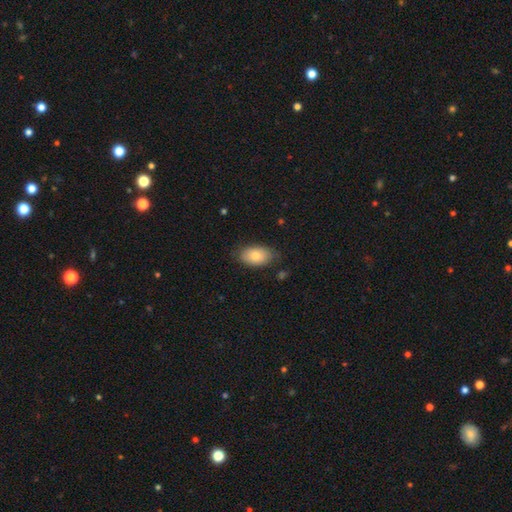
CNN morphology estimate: Smooth or featured: smooth — 81% (featured or disk — 12%)
How rounded: in between — 91% (round — 8%)
Merging: none — 77% (minor disturbance — 18%)